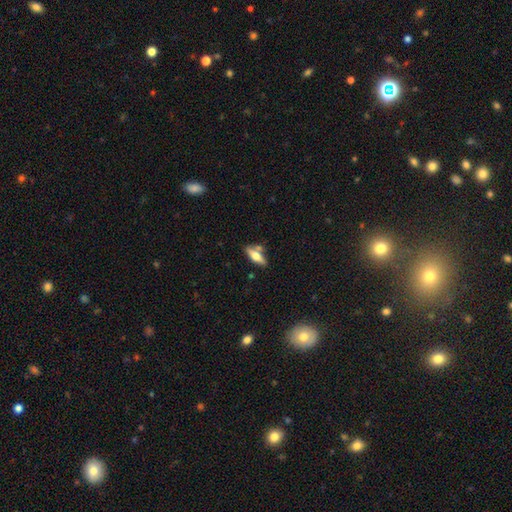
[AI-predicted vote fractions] Smooth or featured? Predicted: smooth (p=0.47). Merging? Predicted: none (p=0.69).